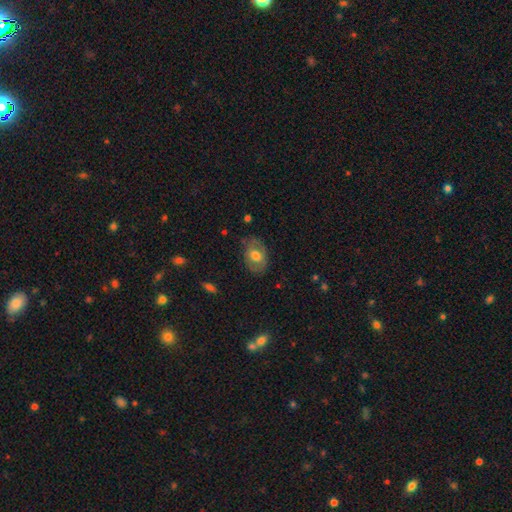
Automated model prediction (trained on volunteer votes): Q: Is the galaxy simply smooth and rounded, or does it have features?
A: smooth — 57%.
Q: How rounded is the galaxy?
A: in between — 79%.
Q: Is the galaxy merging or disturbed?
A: none — 74%.